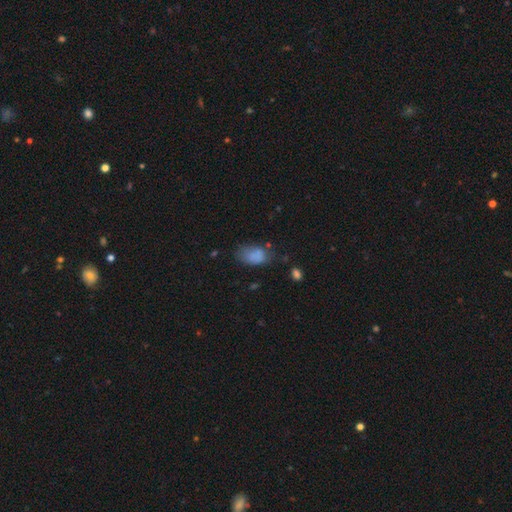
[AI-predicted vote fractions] Smooth or featured? smooth (80%)
How rounded? in between (89%)
Merging? none (49%)